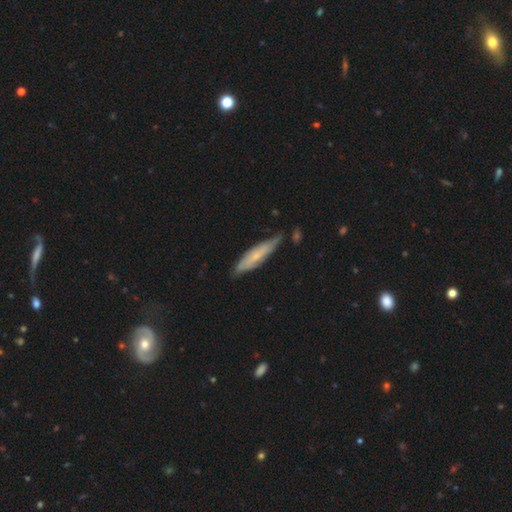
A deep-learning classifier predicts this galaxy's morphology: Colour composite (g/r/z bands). It shows a smooth galaxy with no disk features (51%) that is cigar-shaped (81%). Merging: none (64%).